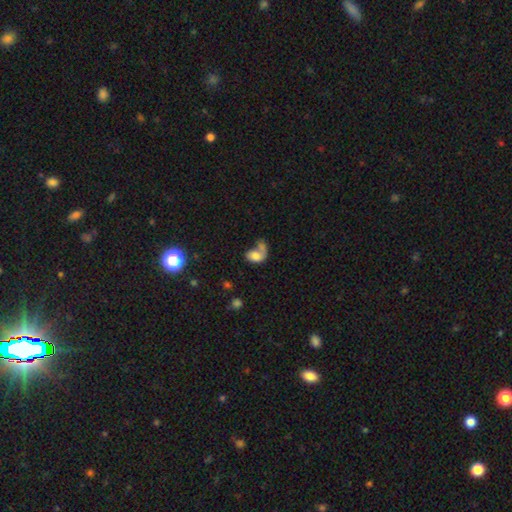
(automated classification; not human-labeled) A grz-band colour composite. It shows a smooth galaxy with no disk features (67%) that is in between round and cigar-shaped (80%). Merging: merger (48%).